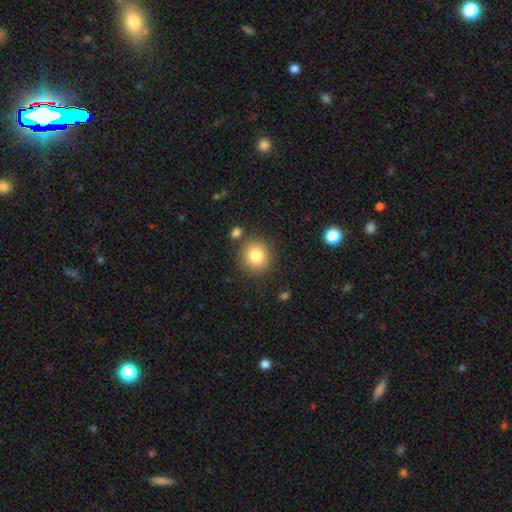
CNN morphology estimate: smooth-or-featured: smooth: 83% | star or artifact: 9% | featured or disk: 8%
  how-rounded: round: 87% | in between: 12% | cigar-shaped: 1%
  merging: none: 82% | minor disturbance: 9% | merger: 6% | major disturbance: 3%